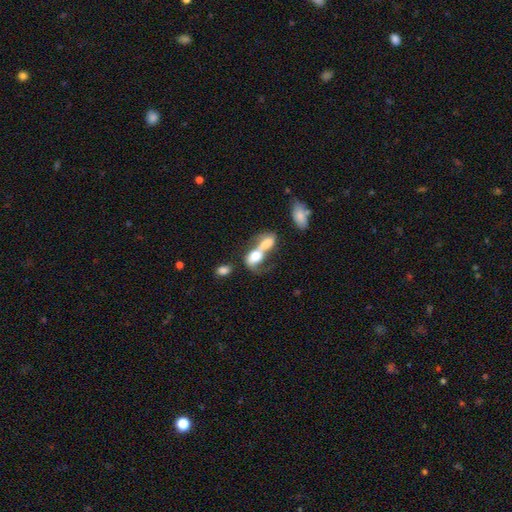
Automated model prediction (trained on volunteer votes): Q: Smooth or featured?
A: smooth (60%); runner-up: featured or disk (31%)
Q: How rounded?
A: in between (82%); runner-up: round (14%)
Q: Merging?
A: merger (79%); runner-up: major disturbance (9%)